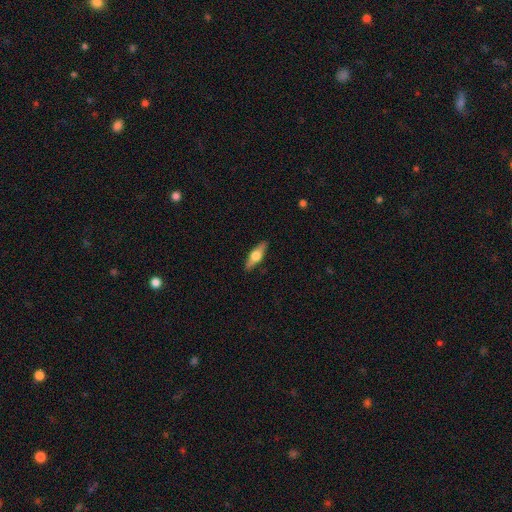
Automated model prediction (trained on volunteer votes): This appears to be a featured or disk galaxy (54%) viewed edge-on (92%). Merging: none (88%).